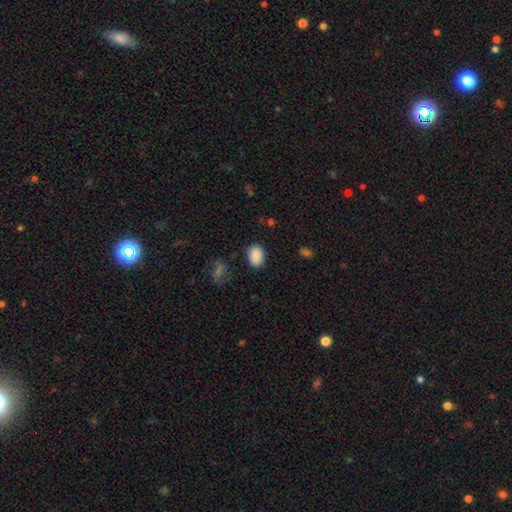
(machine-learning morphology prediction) Q: Smooth or featured?
A: smooth (88%); runner-up: star or artifact (8%)
Q: How rounded?
A: in between (80%); runner-up: round (19%)
Q: Merging?
A: none (83%); runner-up: minor disturbance (12%)